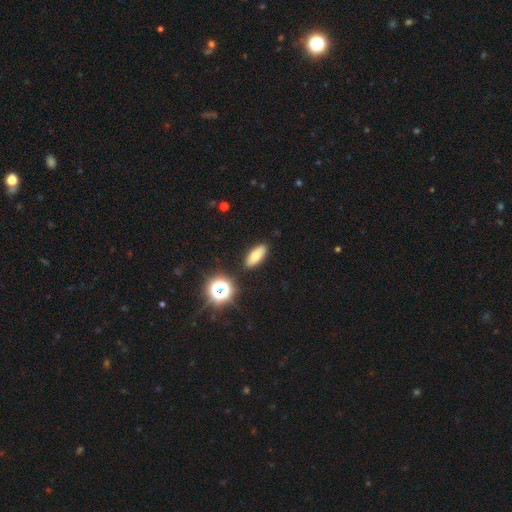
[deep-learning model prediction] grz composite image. It shows a smooth galaxy with no disk features (71%) that is in between round and cigar-shaped (76%). Merging: none (88%).